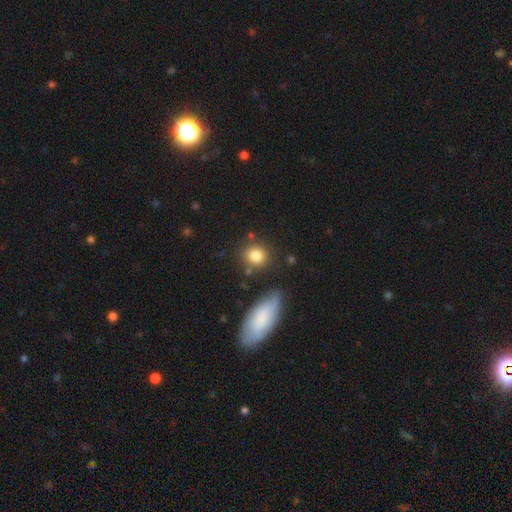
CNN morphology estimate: A smooth galaxy with no disk features (83%) that is round (79%).

Vote fractions:
- Smooth or featured? smooth: 83% / star or artifact: 9% / featured or disk: 8%
- How rounded? round: 79% / in between: 19% / cigar-shaped: 2%
- Merging? none: 78% / minor disturbance: 11% / merger: 8% / major disturbance: 4%